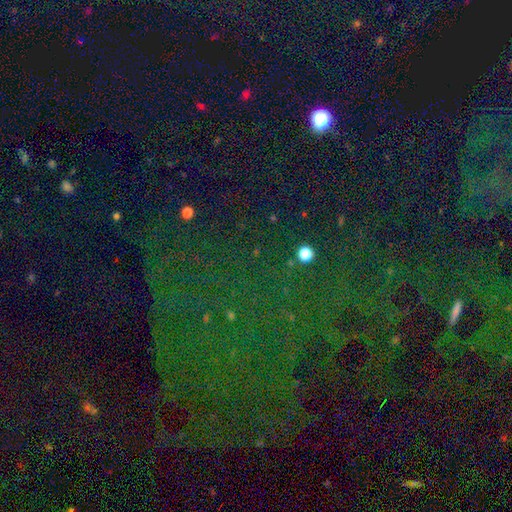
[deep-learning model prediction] Smooth or featured? star or artifact (79%)